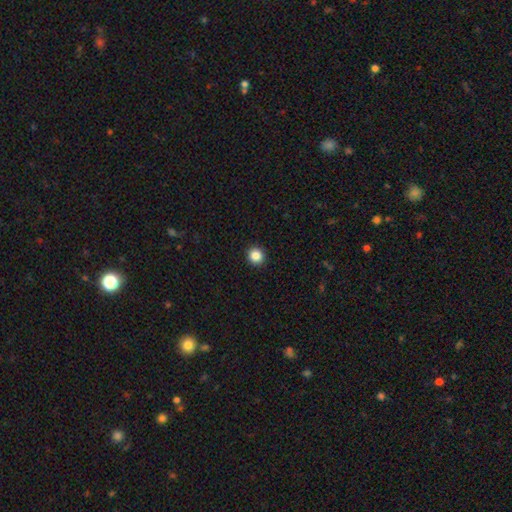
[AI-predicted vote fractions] A smooth galaxy with no disk features (86%) that is round (94%).

Vote fractions:
- Smooth or featured? smooth: 86% / star or artifact: 11% / featured or disk: 4%
- How rounded? round: 94% / in between: 5% / cigar-shaped: 1%
- Merging? none: 94% / minor disturbance: 4% / major disturbance: 1% / merger: 1%